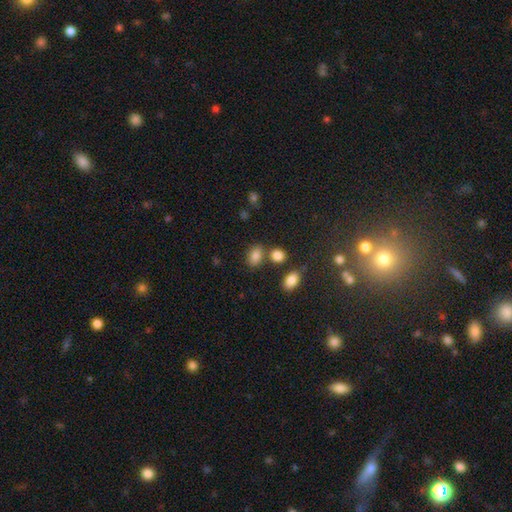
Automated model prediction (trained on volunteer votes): Smooth or featured: smooth — 82% (star or artifact — 11%)
How rounded: in between — 77% (round — 22%)
Merging: none — 68% (merger — 14%)